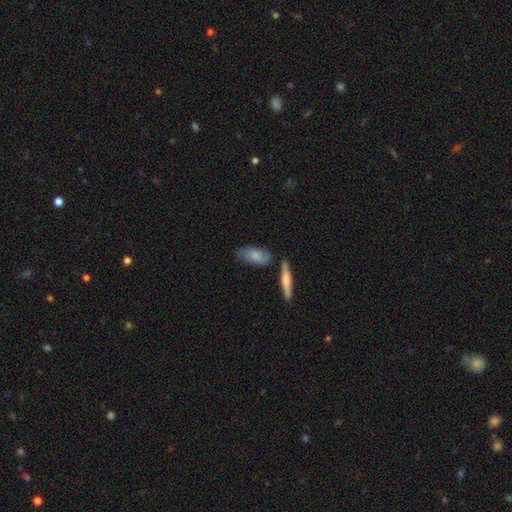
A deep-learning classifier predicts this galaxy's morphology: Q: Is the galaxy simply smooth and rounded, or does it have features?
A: smooth — 72%.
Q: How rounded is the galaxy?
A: in between — 81%.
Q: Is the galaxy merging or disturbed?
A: none — 69%.